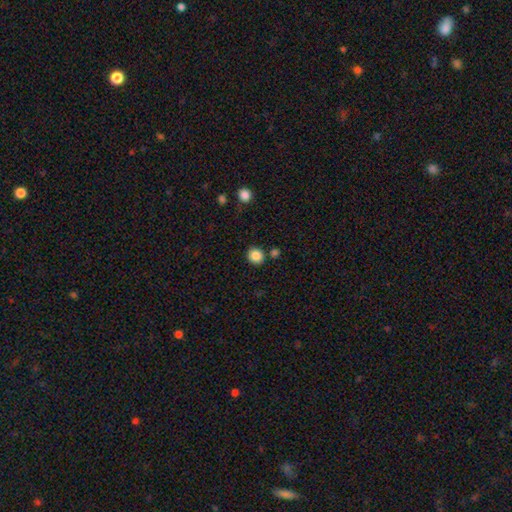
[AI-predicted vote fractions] smooth 87%, star or artifact 10%, featured or disk 3%. Down the decision tree: how rounded — round (87%); merging — none (84%).